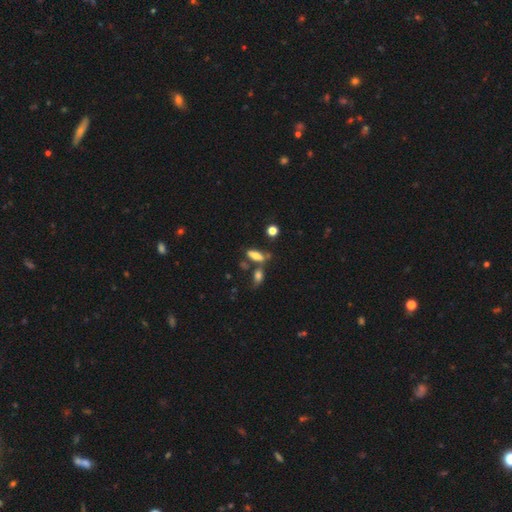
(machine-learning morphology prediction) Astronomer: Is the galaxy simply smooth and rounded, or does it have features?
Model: smooth — 69%.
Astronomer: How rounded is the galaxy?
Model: in between — 64%.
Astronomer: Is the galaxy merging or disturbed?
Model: none — 56%.